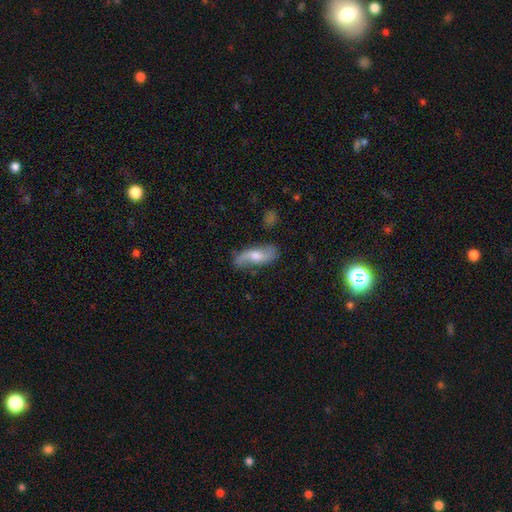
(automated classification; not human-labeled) smooth-or-featured: featured or disk: 58% | smooth: 35% | star or artifact: 7%
  disk-edge-on: no: 84% | yes: 16%
  merging: none: 68% | minor disturbance: 22% | major disturbance: 7% | merger: 3%